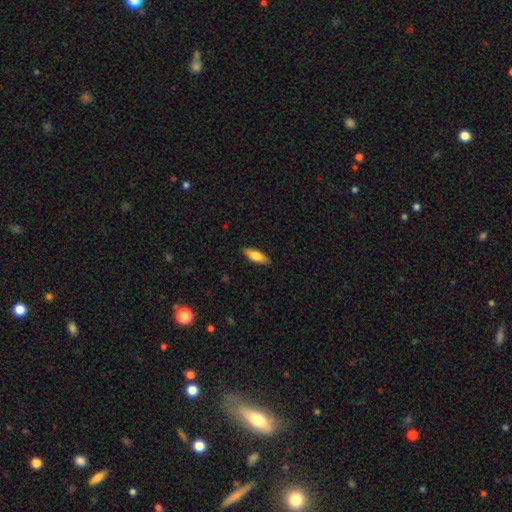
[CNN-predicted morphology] A smooth galaxy with no disk features (72%) that is in between round and cigar-shaped (62%). Merging: none (88%).